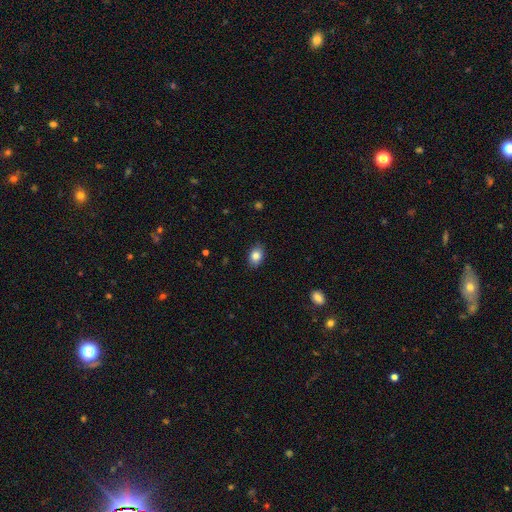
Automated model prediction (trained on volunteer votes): smooth 85%, star or artifact 9%, featured or disk 7%. Down the decision tree: how rounded — in between (77%); merging — none (86%).